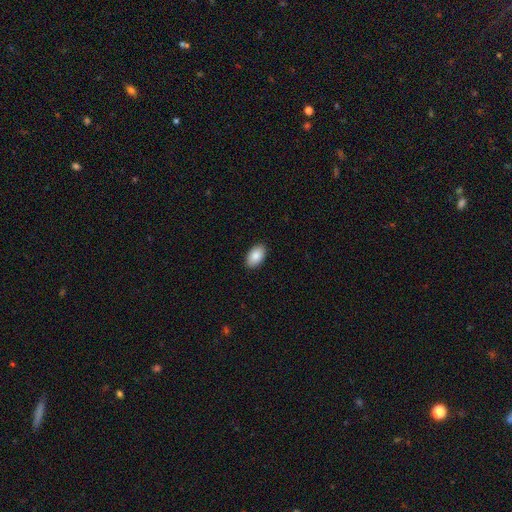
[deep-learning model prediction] This is clearly a smooth galaxy (88%). How rounded: clearly in between (94%). Merging: clearly none (90%).